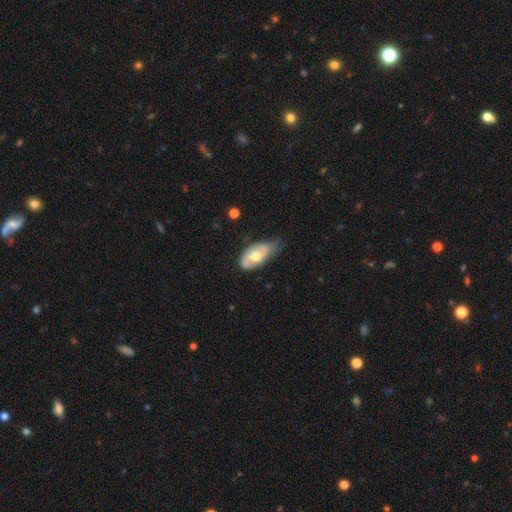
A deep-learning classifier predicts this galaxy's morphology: Smooth or featured: smooth — 54% (featured or disk — 40%)
How rounded: in between — 91% (cigar-shaped — 5%)
Merging: minor disturbance — 45% (none — 40%)